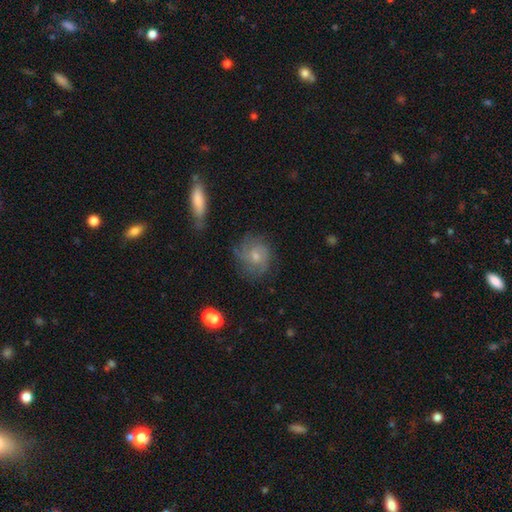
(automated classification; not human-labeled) The model was most divided on "bulge size": small: 54%, moderate: 39%, none: 4%, large: 2%, dominant: 1%. More confident: edge-on disk — no (97%); spiral arms — yes (85%); bar — no (72%); merging — none (67%); smooth or featured — featured or disk (57%).